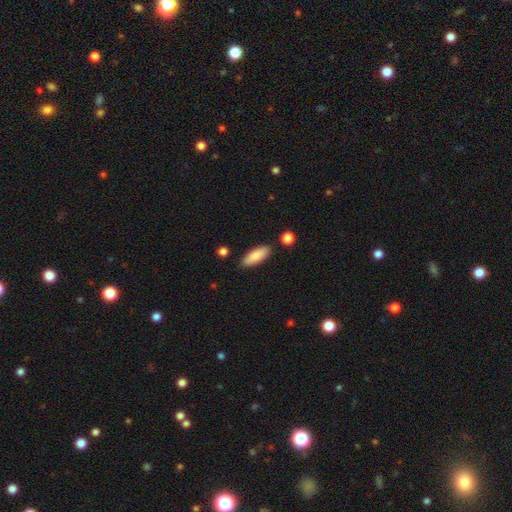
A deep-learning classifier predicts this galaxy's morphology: The model was most divided on "how rounded": in between: 74%, cigar-shaped: 24%, round: 2%. More confident: merging — none (85%); smooth or featured — smooth (84%).